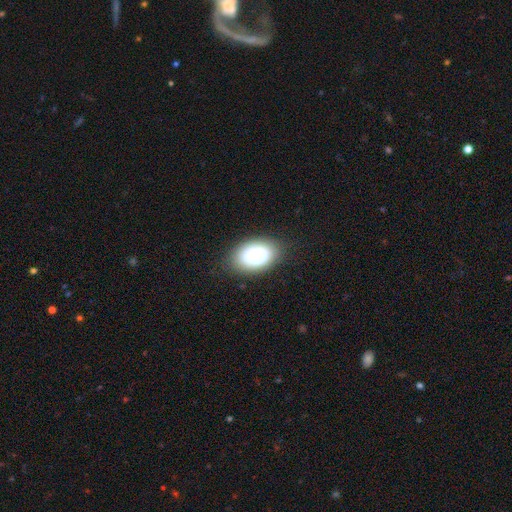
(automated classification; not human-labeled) This appears to be a smooth galaxy with no disk features (71%) that is in between round and cigar-shaped (85%). Merging: none (75%).